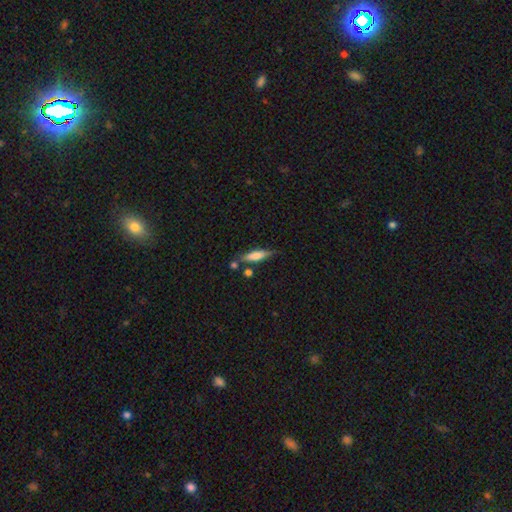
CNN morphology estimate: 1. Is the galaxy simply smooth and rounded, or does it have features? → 64% smooth, 29% featured or disk, 7% star or artifact.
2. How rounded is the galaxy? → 71% cigar-shaped, 26% in between, 2% round.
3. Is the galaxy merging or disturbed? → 69% none, 17% minor disturbance, 10% merger, 4% major disturbance.